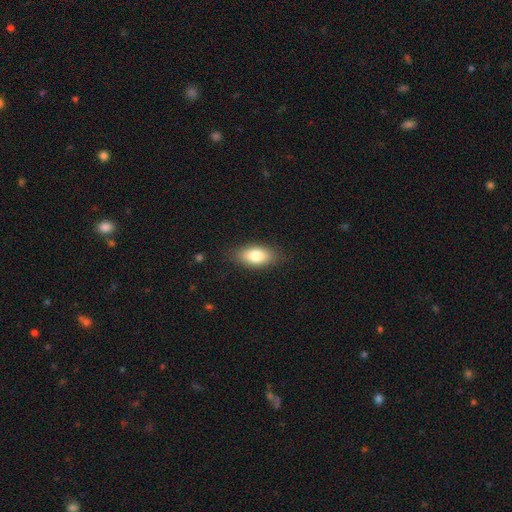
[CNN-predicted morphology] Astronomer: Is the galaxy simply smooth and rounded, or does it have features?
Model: smooth — 81%.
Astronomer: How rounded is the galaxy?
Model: in between — 89%.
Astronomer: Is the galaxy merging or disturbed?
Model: none — 84%.